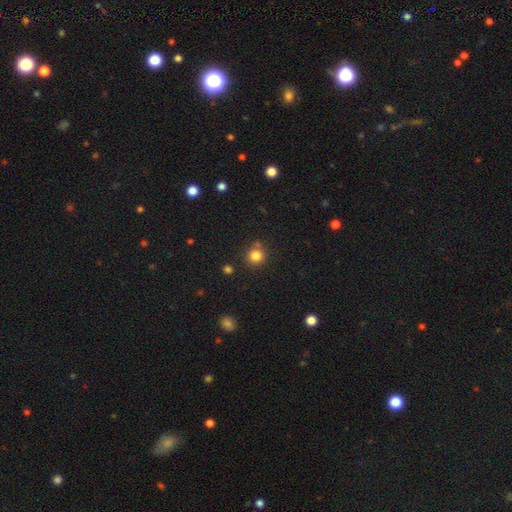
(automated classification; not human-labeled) Q: Smooth or featured?
A: smooth (82%); runner-up: star or artifact (13%)
Q: How rounded?
A: round (92%); runner-up: in between (8%)
Q: Merging?
A: none (78%); runner-up: minor disturbance (10%)